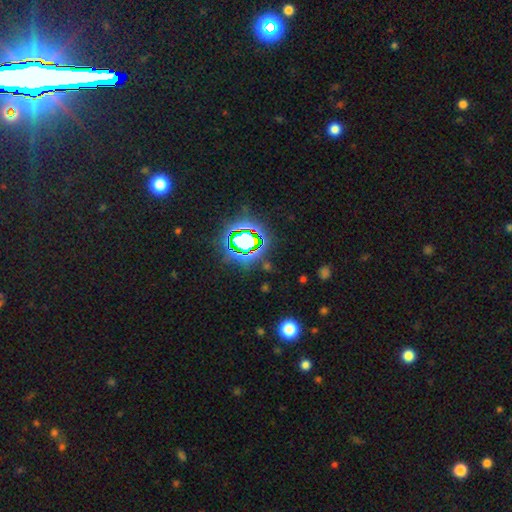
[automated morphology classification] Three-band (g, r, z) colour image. It shows a star or artifact, not a galaxy (81%).